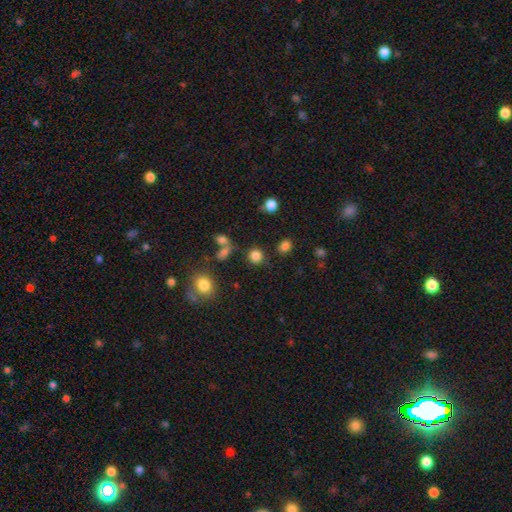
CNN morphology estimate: This appears to be a smooth galaxy with no disk features (82%) that is round (86%). Merging: none (78%).